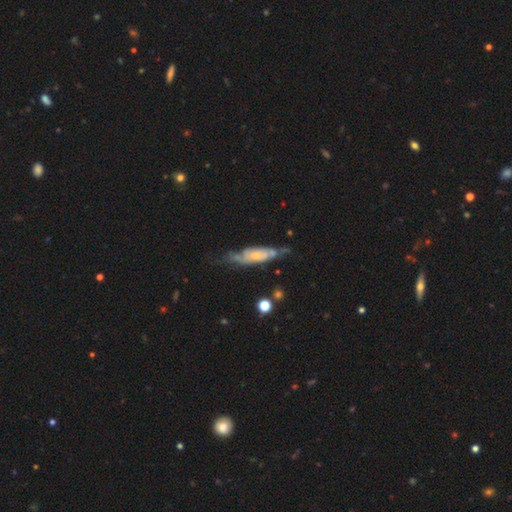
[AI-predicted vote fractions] featured or disk 69%, smooth 24%, star or artifact 7%. Down the decision tree: edge-on disk — no (65%); merging — none (58%).